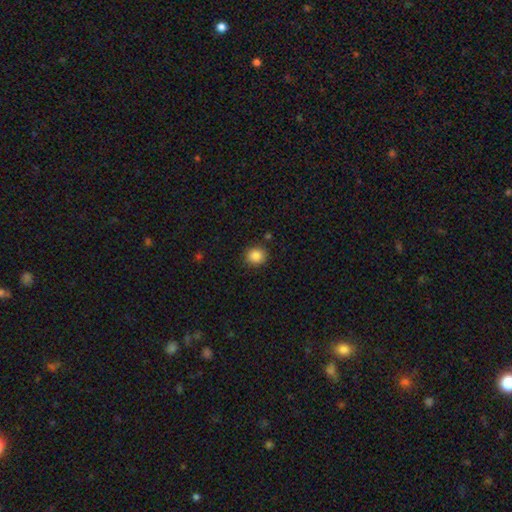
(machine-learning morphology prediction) Smooth or featured: smooth — 87% (star or artifact — 10%)
How rounded: round — 84% (in between — 15%)
Merging: none — 88% (minor disturbance — 8%)